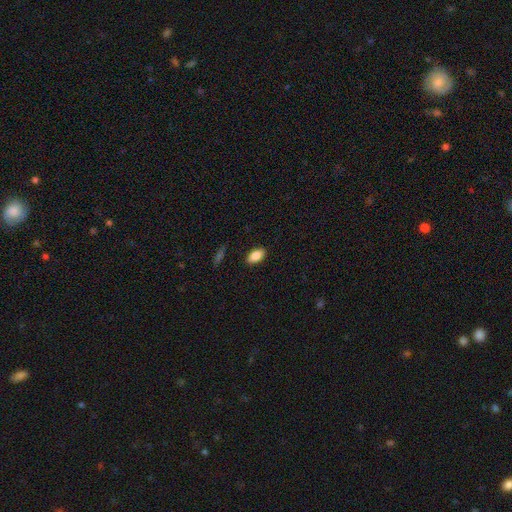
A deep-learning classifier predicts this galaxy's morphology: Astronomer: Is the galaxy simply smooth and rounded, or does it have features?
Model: smooth — 85%.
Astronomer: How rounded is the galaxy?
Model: in between — 92%.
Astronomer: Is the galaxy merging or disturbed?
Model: none — 88%.